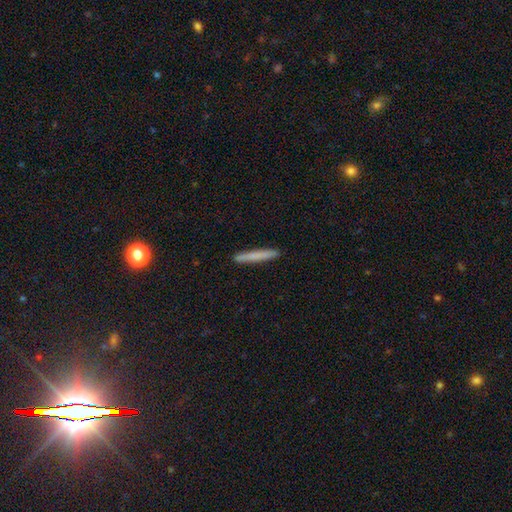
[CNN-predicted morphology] This appears to be a smooth galaxy with no disk features (73%) that is cigar-shaped (97%). Merging: none (92%).